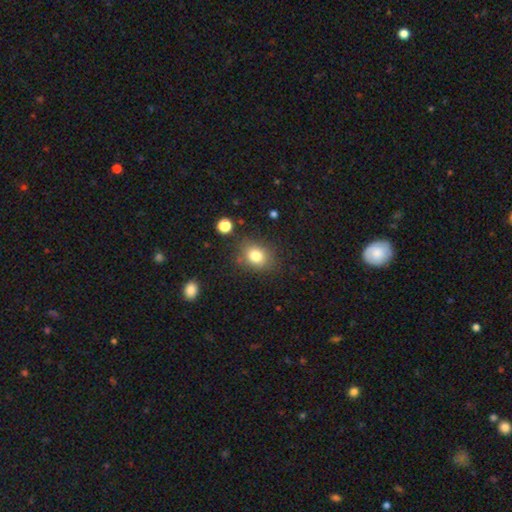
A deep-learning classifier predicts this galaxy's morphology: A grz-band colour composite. It shows a smooth galaxy with no disk features (80%) that is round (55%). Merging: none (78%).